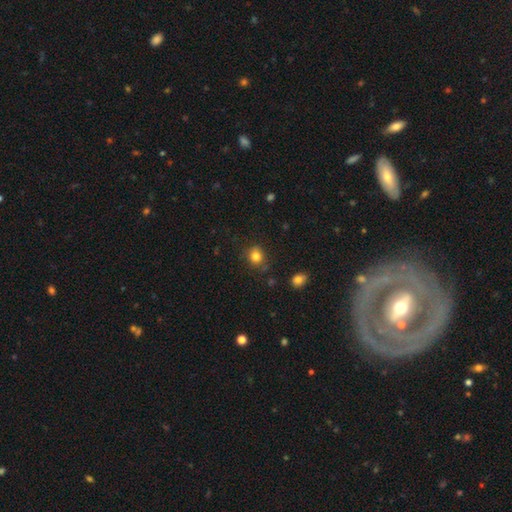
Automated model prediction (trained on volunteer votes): smooth-or-featured: smooth: 82% | star or artifact: 12% | featured or disk: 6%
  how-rounded: round: 76% | in between: 23% | cigar-shaped: 1%
  merging: none: 80% | minor disturbance: 14% | major disturbance: 4% | merger: 3%